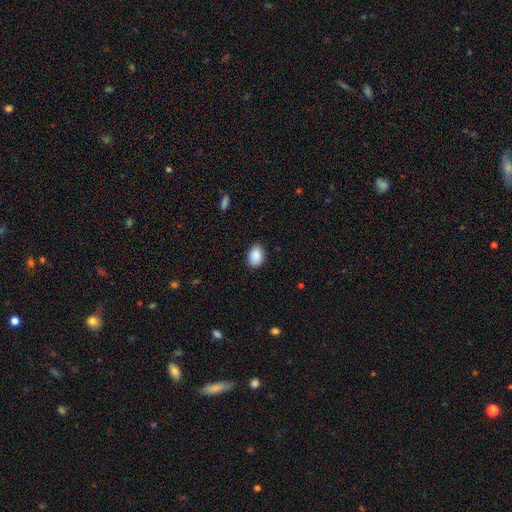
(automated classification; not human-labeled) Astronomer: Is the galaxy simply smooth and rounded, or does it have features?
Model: smooth — 89%.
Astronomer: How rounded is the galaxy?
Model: in between — 83%.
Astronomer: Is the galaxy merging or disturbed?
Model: none — 87%.